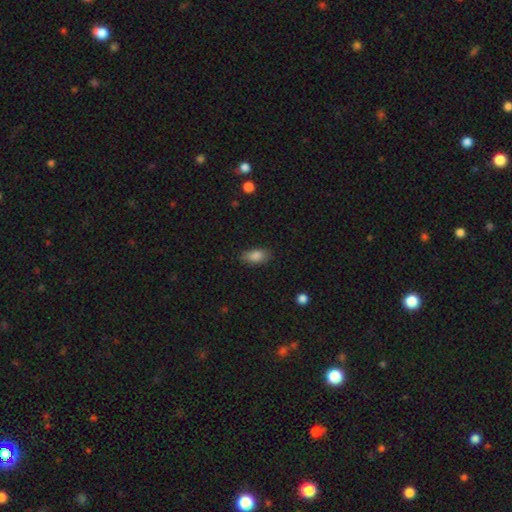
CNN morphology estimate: This is clearly a smooth galaxy (85%). How rounded: clearly in between (88%). Merging: likely none (77%).